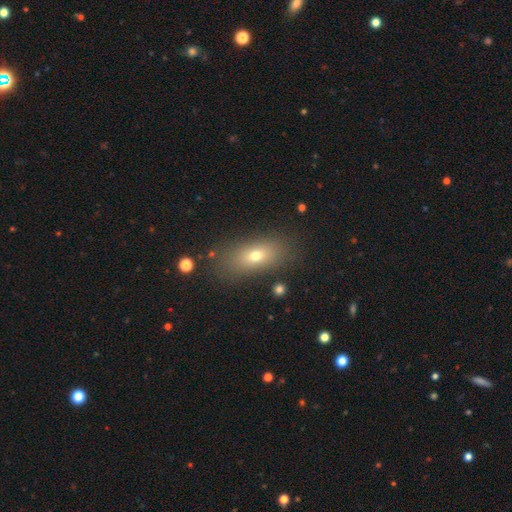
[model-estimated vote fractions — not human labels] A smooth galaxy with no disk features (67%) that is in between round and cigar-shaped (73%). Merging: none (82%).